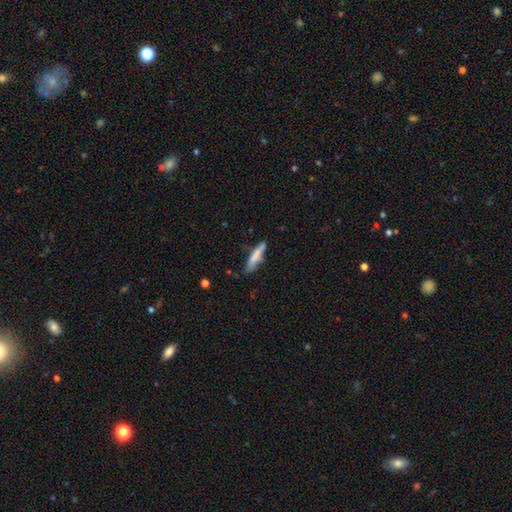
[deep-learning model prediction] Smooth or featured: smooth — 72% (featured or disk — 22%)
How rounded: cigar-shaped — 86% (in between — 12%)
Merging: none — 71% (minor disturbance — 20%)